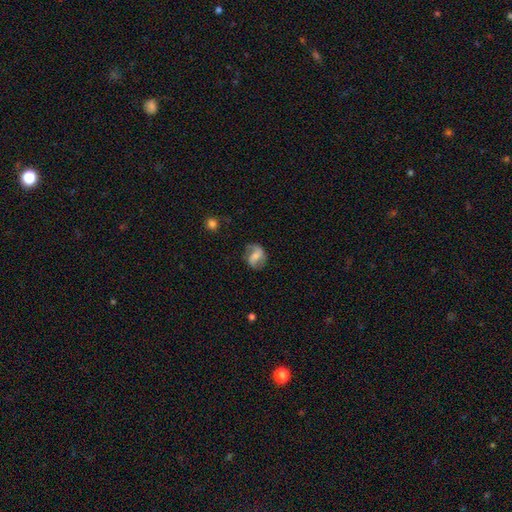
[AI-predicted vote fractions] Smooth or featured?
  - featured or disk: 63% *
  - smooth: 29%
  - star or artifact: 8%
Edge-on disk?
  - no: 97% *
  - yes: 3%
Bar?
  - weak: 41% *
  - strong: 32%
  - no: 27%
Spiral arms?
  - yes: 87% *
  - no: 13%
Spiral winding?
  - loose: 48% *
  - medium: 38%
  - tight: 14%
Spiral arm count?
  - 2: 87% *
  - can't tell: 6%
  - 1: 4%
  - 3: 1%
  - 4: 1%
  - more than 4: 1%
Bulge size?
  - small: 38% *
  - moderate: 36%
  - none: 17%
  - large: 7%
  - dominant: 2%
Merging?
  - none: 71% *
  - minor disturbance: 19%
  - major disturbance: 8%
  - merger: 2%